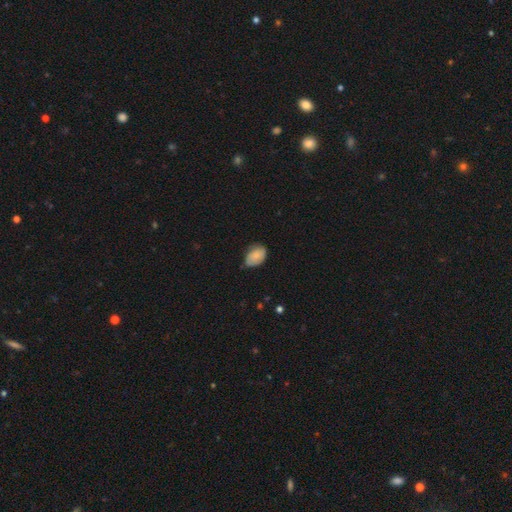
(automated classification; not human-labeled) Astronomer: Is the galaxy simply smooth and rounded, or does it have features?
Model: smooth — 78%.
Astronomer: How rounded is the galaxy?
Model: in between — 84%.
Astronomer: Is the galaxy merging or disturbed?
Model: none — 60%.